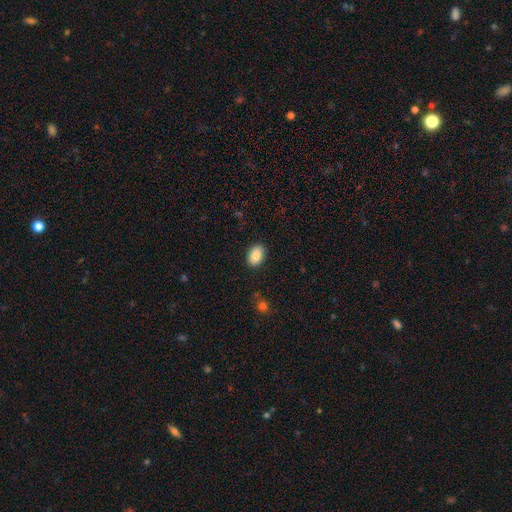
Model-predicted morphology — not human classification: Q: Smooth or featured?
A: smooth (87%); runner-up: star or artifact (7%)
Q: How rounded?
A: in between (87%); runner-up: round (12%)
Q: Merging?
A: none (88%); runner-up: minor disturbance (9%)